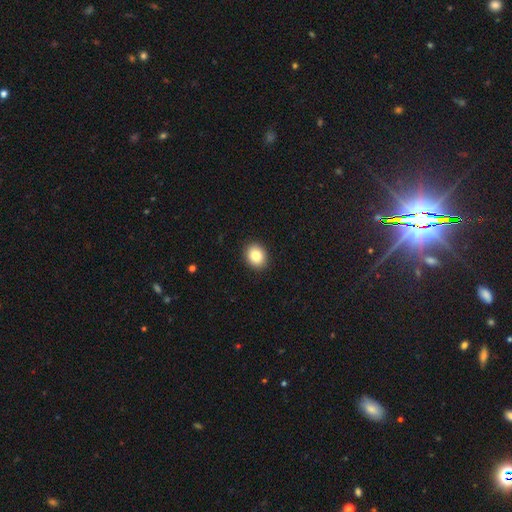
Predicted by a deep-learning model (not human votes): Smooth or featured: smooth — 84% (star or artifact — 9%)
How rounded: round — 56% (in between — 43%)
Merging: none — 91% (minor disturbance — 6%)